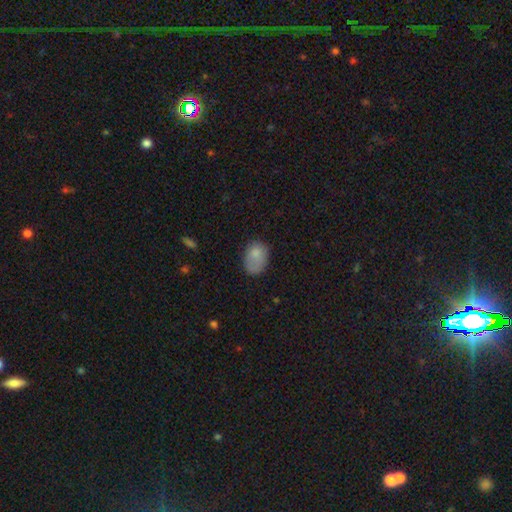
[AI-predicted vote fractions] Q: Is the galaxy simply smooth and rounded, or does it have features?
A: smooth — 79%.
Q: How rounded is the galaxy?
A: in between — 78%.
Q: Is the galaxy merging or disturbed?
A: none — 48%.